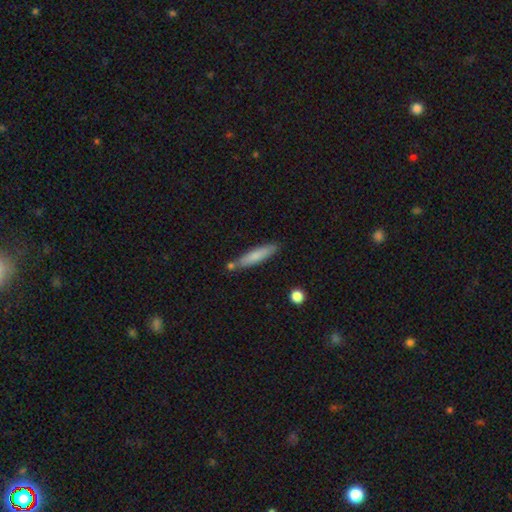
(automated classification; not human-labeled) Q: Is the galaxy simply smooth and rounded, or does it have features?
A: smooth — 75%.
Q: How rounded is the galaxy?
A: cigar-shaped — 86%.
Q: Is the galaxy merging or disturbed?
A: none — 76%.